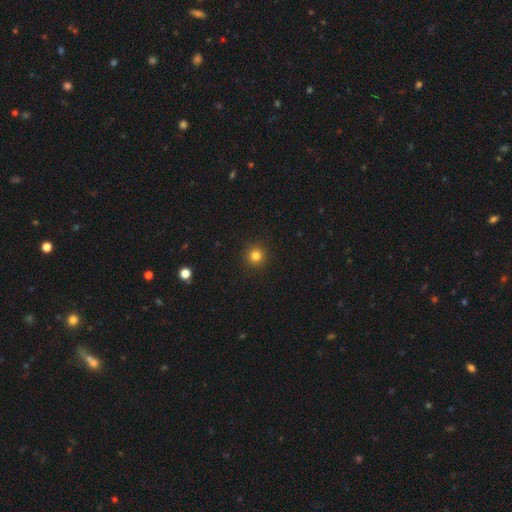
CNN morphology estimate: Smooth or featured? smooth (82%)
How rounded? round (95%)
Merging? none (92%)